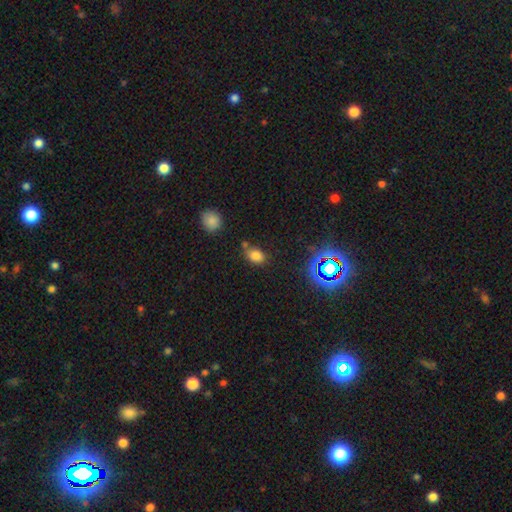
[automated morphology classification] smooth 75%, star or artifact 18%, featured or disk 7%. Down the decision tree: how rounded — in between (75%); merging — none (63%).